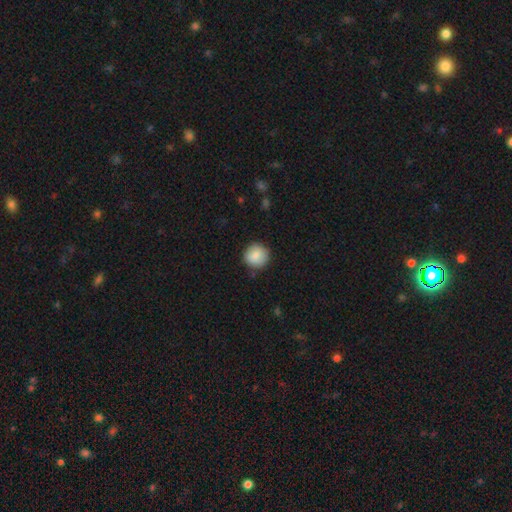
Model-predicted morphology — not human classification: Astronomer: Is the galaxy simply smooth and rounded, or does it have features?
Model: smooth — 88%.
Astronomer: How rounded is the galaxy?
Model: round — 93%.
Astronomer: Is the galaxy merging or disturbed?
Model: none — 88%.